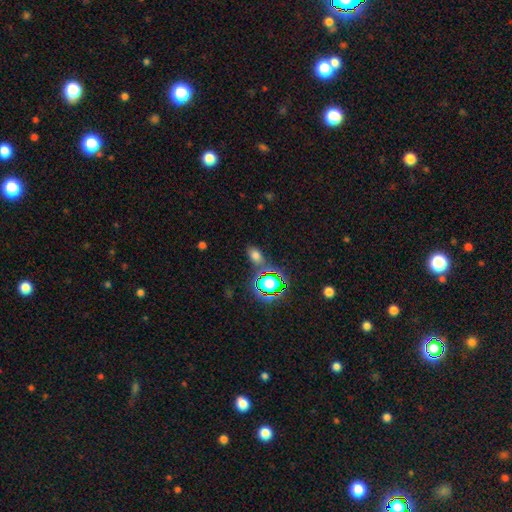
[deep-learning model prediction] Q: Smooth or featured?
A: smooth (64%); runner-up: star or artifact (27%)
Q: How rounded?
A: in between (81%); runner-up: round (16%)
Q: Merging?
A: none (72%); runner-up: minor disturbance (14%)